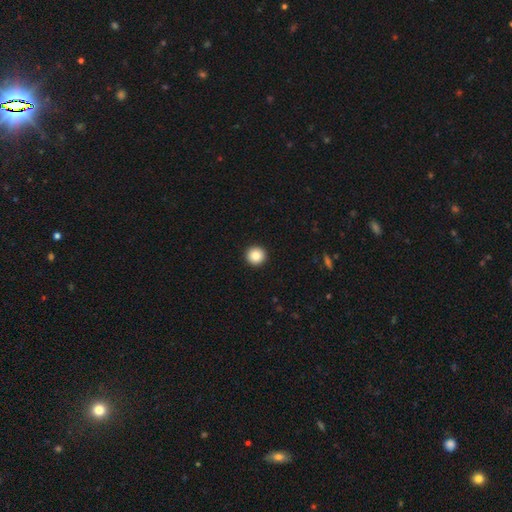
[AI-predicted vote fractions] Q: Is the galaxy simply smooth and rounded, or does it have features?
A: smooth — 86%.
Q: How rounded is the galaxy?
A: round — 96%.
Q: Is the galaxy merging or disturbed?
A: none — 94%.